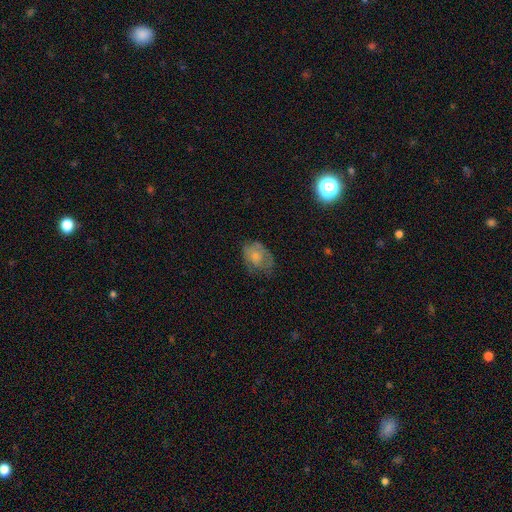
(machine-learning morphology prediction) type=smooth (61%); roundness=in between (66%); merging=none (49%).